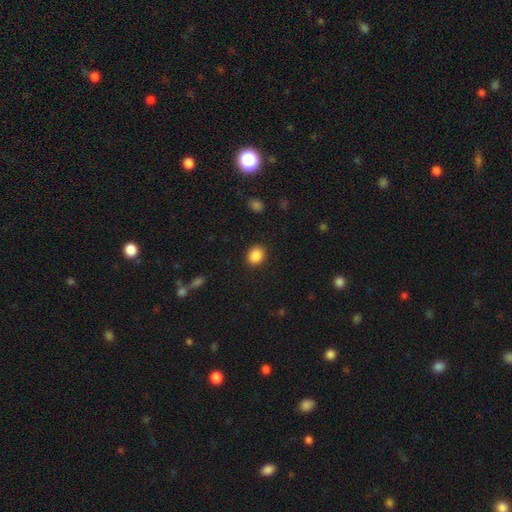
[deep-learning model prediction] Q: Smooth or featured?
A: smooth (88%); runner-up: star or artifact (9%)
Q: How rounded?
A: round (59%); runner-up: in between (40%)
Q: Merging?
A: none (89%); runner-up: minor disturbance (7%)